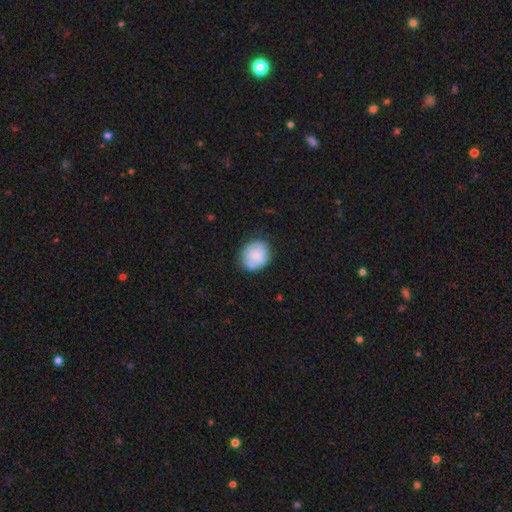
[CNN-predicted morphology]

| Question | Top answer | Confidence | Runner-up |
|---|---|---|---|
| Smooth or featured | smooth | 80% | featured or disk (13%) |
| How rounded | round | 76% | in between (23%) |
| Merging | none | 71% | minor disturbance (20%) |